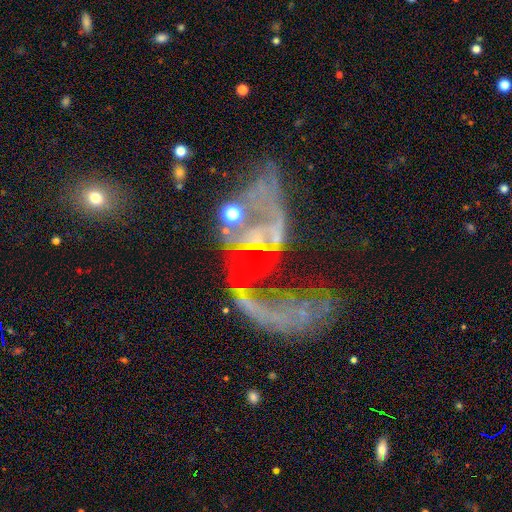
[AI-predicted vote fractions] Smooth or featured? featured or disk (65%)
Edge-on disk? no (94%)
Bar? no (69%)
Spiral arms? yes (51%)
Bulge size? none (54%)
Merging? major disturbance (42%)